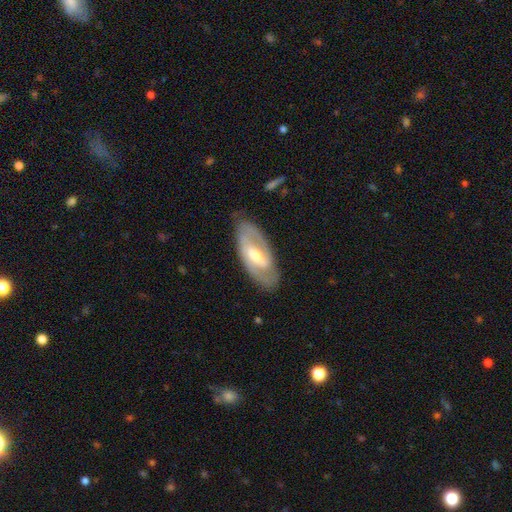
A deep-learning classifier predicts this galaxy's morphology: Smooth or featured?
  - featured or disk: 77% *
  - smooth: 18%
  - star or artifact: 5%
Edge-on disk?
  - no: 91% *
  - yes: 9%
Bar?
  - weak: 43% *
  - strong: 41%
  - no: 16%
Spiral arms?
  - yes: 80% *
  - no: 20%
Spiral winding?
  - medium: 43% *
  - tight: 40%
  - loose: 16%
Spiral arm count?
  - 2: 79% *
  - can't tell: 14%
  - 1: 3%
  - 3: 2%
  - 4: 1%
  - more than 4: 1%
Bulge size?
  - moderate: 59% *
  - small: 33%
  - large: 5%
  - none: 1%
  - dominant: 1%
Merging?
  - none: 80% *
  - minor disturbance: 15%
  - major disturbance: 4%
  - merger: 1%